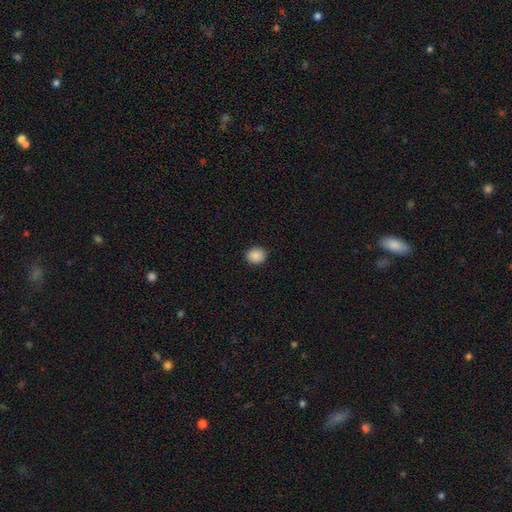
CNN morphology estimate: Smooth or featured? smooth (89%)
How rounded? round (74%)
Merging? none (90%)